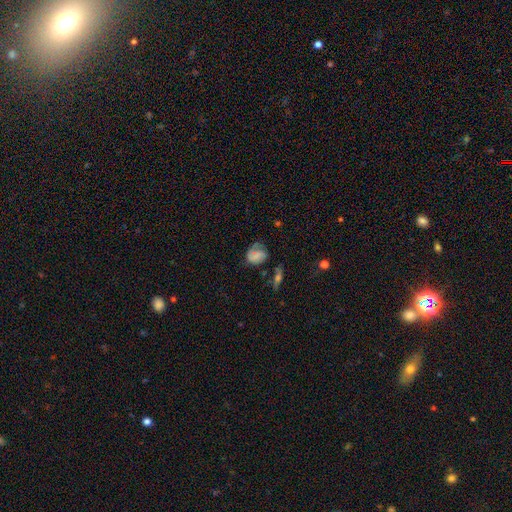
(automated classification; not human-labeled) A smooth galaxy with no disk features (59%) that is in between round and cigar-shaped (59%). Merging: none (43%).